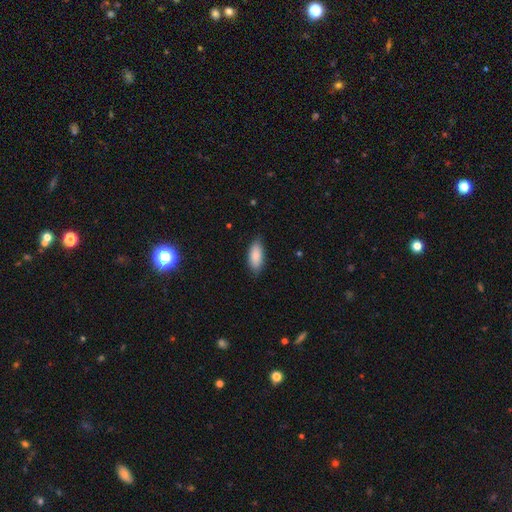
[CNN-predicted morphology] smooth-or-featured: smooth: 87% | featured or disk: 7% | star or artifact: 6%
  how-rounded: in between: 84% | cigar-shaped: 14% | round: 2%
  merging: none: 81% | minor disturbance: 16% | major disturbance: 3% | merger: 1%